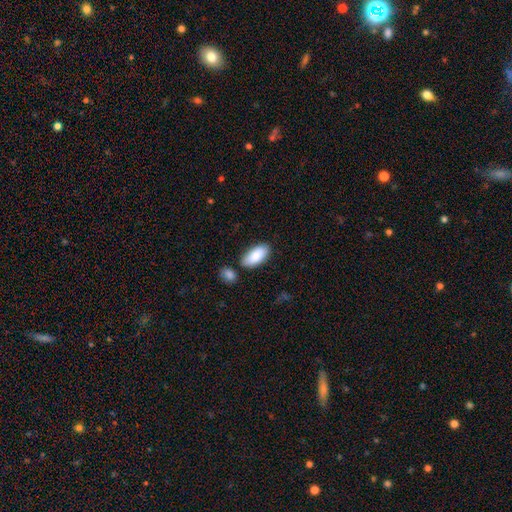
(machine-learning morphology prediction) Smooth or featured: smooth — 86% (featured or disk — 8%)
How rounded: in between — 90% (cigar-shaped — 8%)
Merging: none — 79% (minor disturbance — 11%)